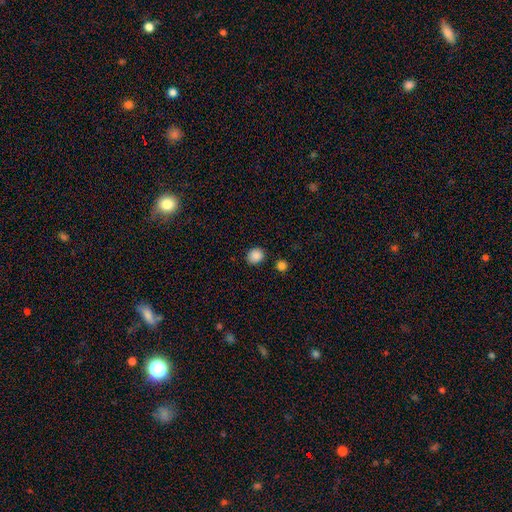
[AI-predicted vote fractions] smooth 88%, star or artifact 9%, featured or disk 3%. Down the decision tree: how rounded — round (77%); merging — none (83%).